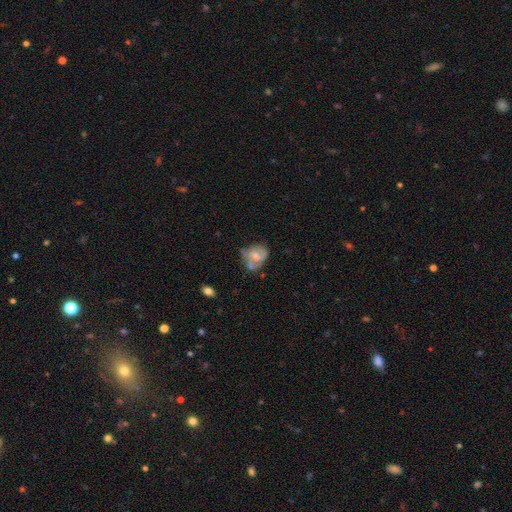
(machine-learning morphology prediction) featured or disk 54%, smooth 39%, star or artifact 8%. Down the decision tree: edge-on disk — no (97%); bar — no (61%); spiral arms — yes (54%); bulge size — moderate (48%); merging — none (41%).